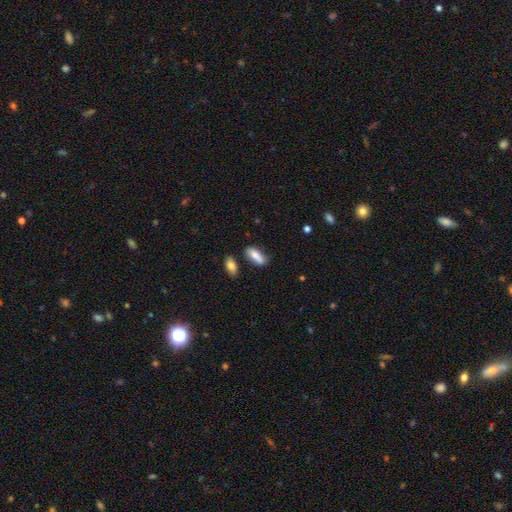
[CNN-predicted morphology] Smooth or featured?
  - smooth: 82% *
  - featured or disk: 11%
  - star or artifact: 7%
How rounded?
  - in between: 74% *
  - cigar-shaped: 23%
  - round: 3%
Merging?
  - none: 65% *
  - minor disturbance: 21%
  - merger: 9%
  - major disturbance: 5%